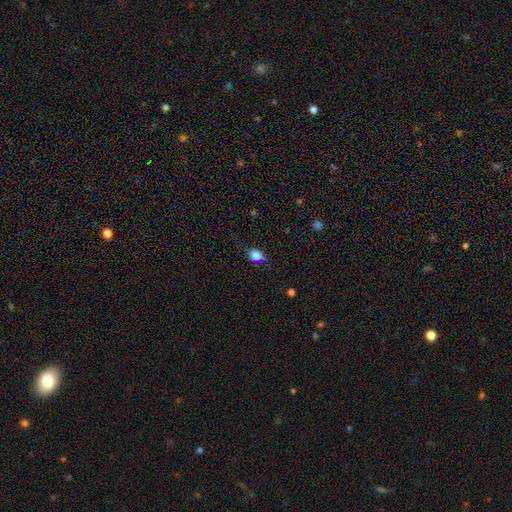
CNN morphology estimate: Q: Smooth or featured?
A: smooth (77%); runner-up: featured or disk (12%)
Q: How rounded?
A: round (52%); runner-up: in between (46%)
Q: Merging?
A: none (57%); runner-up: minor disturbance (28%)